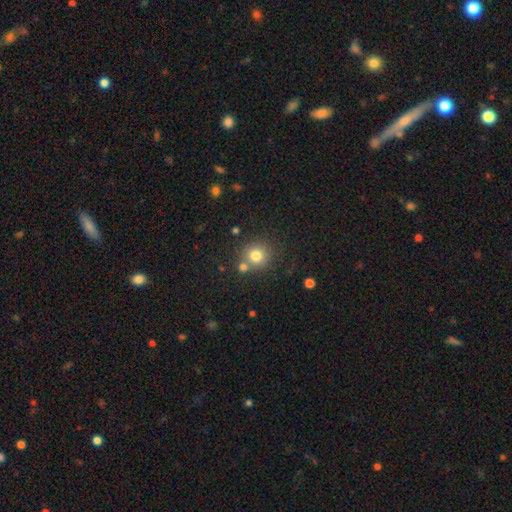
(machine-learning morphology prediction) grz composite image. It shows a smooth galaxy with no disk features (78%) that is round (90%). Merging: none (70%).